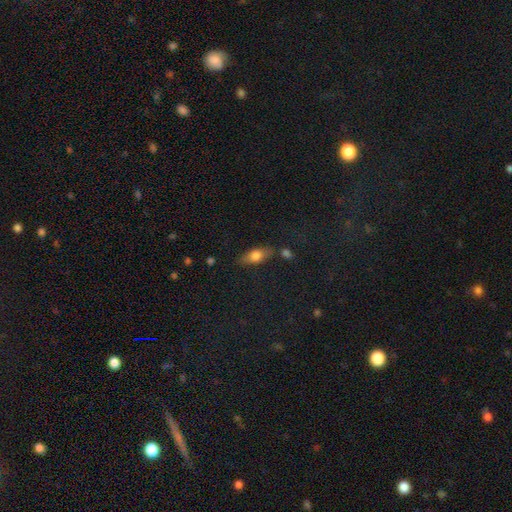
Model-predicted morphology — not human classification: This is likely a smooth galaxy (65%). How rounded: likely in between (73%). Merging: likely none (75%).